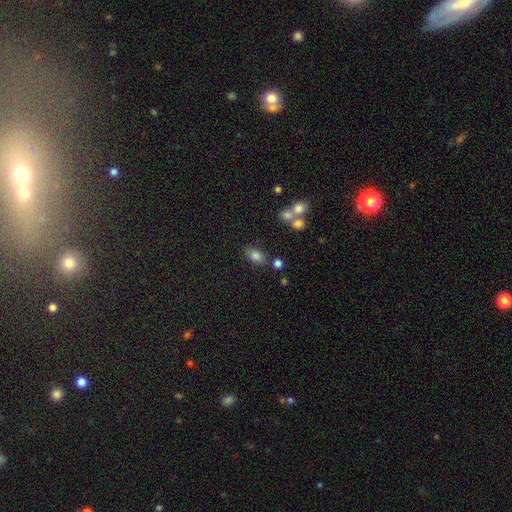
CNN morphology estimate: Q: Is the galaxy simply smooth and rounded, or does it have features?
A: smooth — 80%.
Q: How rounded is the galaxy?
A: in between — 86%.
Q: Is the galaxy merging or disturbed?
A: none — 73%.